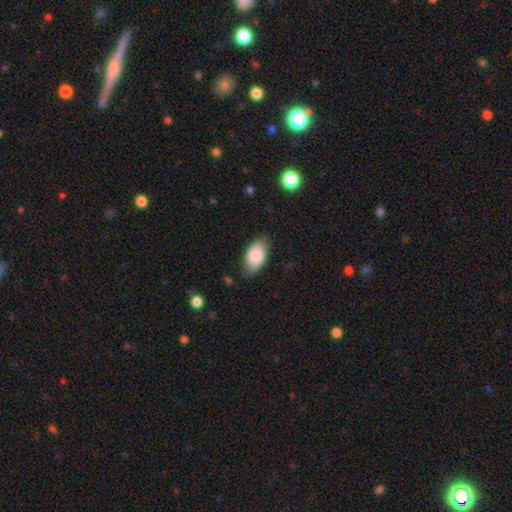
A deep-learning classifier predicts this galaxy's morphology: A smooth galaxy with no disk features (85%) that is in between round and cigar-shaped (94%).

Vote fractions:
- Smooth or featured? smooth: 85% / featured or disk: 8% / star or artifact: 6%
- How rounded? in between: 94% / round: 4% / cigar-shaped: 2%
- Merging? none: 76% / minor disturbance: 19% / major disturbance: 4% / merger: 1%